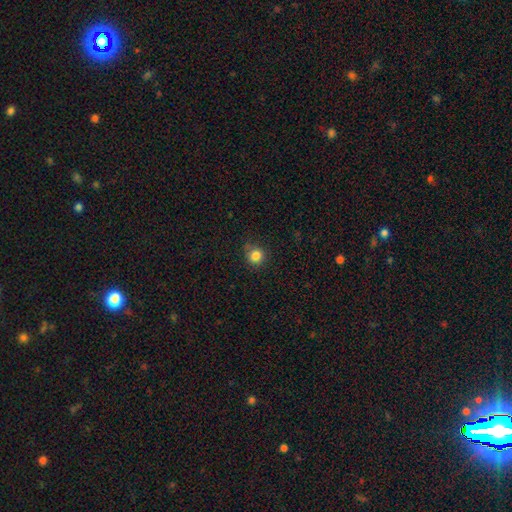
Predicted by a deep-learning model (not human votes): A smooth galaxy with no disk features (84%) that is round (89%).

Vote fractions:
- Smooth or featured? smooth: 84% / star or artifact: 11% / featured or disk: 5%
- How rounded? round: 89% / in between: 10% / cigar-shaped: 1%
- Merging? none: 78% / minor disturbance: 17% / major disturbance: 4% / merger: 2%